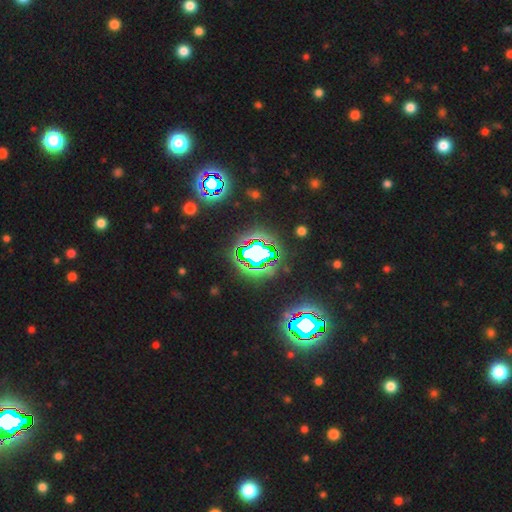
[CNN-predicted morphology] Smooth or featured: star or artifact — 71% (smooth — 16%)